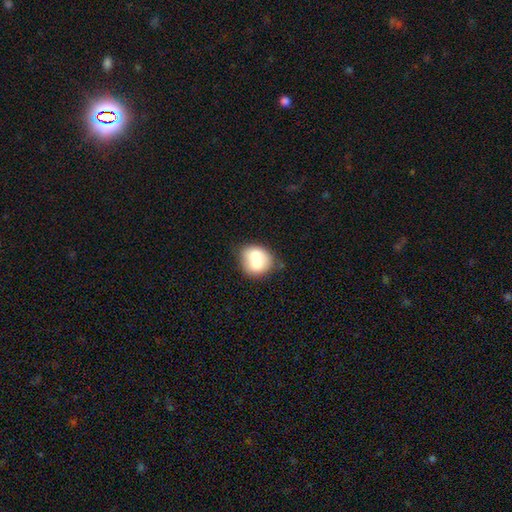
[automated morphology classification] Overall: smooth (67%). How rounded: round (69%; in between 30%). Merging: merger (50%; none 35%).